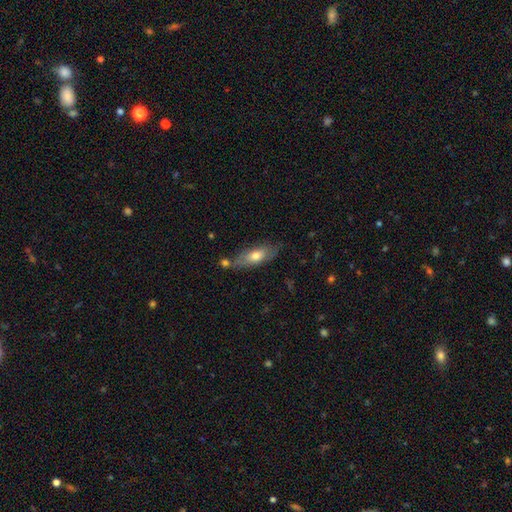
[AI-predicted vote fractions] Morphology: type=smooth (59%); roundness=in between (65%); merging=none (59%).